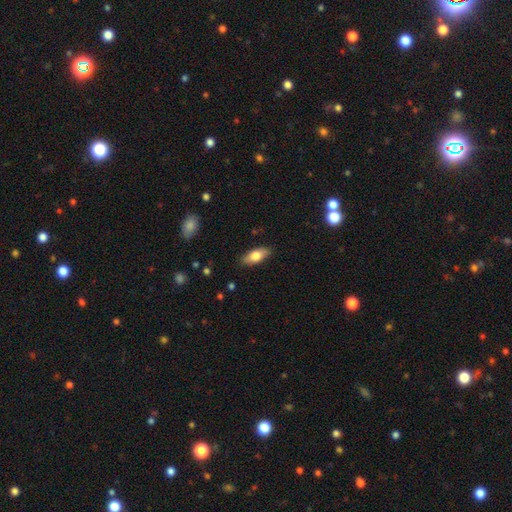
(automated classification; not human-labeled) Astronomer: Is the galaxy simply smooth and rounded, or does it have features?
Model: smooth — 74%.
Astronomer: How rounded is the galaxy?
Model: in between — 83%.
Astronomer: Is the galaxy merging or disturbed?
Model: none — 86%.